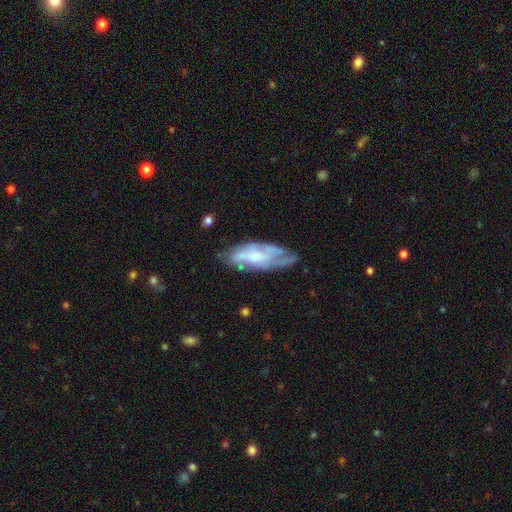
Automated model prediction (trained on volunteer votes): Smooth or featured? Predicted: featured or disk (p=0.65). Edge-on disk? Predicted: no (p=0.86). Bar? Predicted: no (p=0.66). Spiral arms? Predicted: yes (p=0.77). Bulge size? Predicted: small (p=0.38). Merging? Predicted: none (p=0.60).